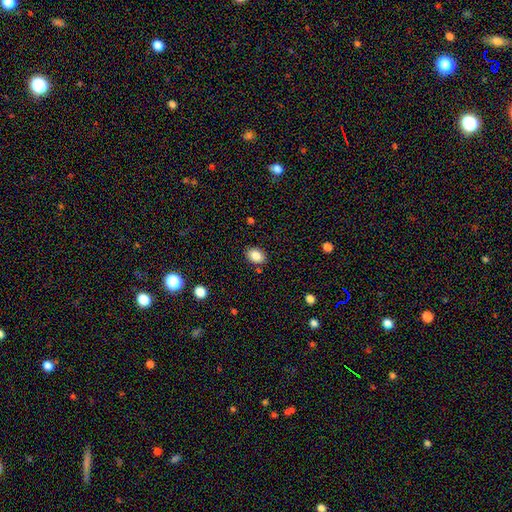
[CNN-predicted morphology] Smooth or featured? Predicted: smooth (p=0.86). How rounded? Predicted: in between (p=0.69). Merging? Predicted: none (p=0.85).